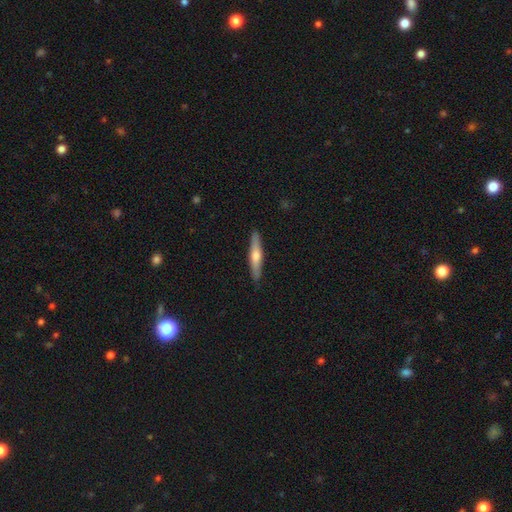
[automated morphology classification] smooth_or_featured: featured or disk (p=0.50) [alt: smooth p=0.45]
merging: none (p=0.91) [alt: minor disturbance p=0.07]